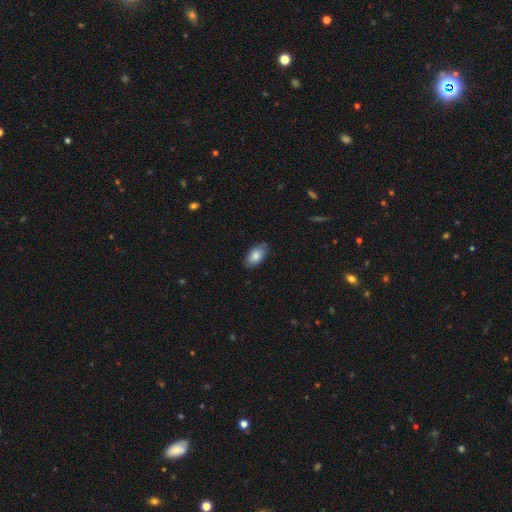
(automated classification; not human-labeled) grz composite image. It shows a smooth galaxy with no disk features (79%) that is in between round and cigar-shaped (93%). Merging: none (77%).